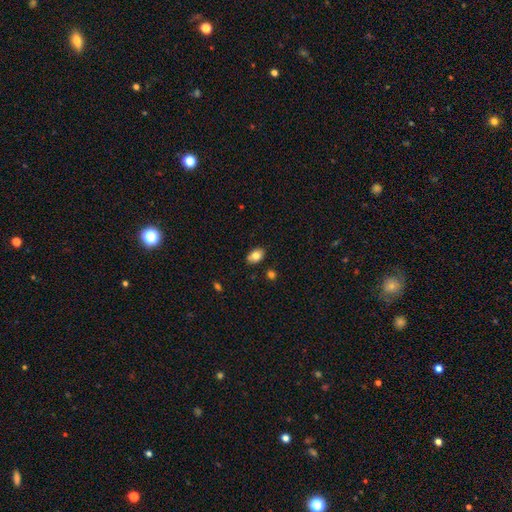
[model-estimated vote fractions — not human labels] Smooth or featured? Predicted: smooth (p=0.79). How rounded? Predicted: in between (p=0.87). Merging? Predicted: none (p=0.83).